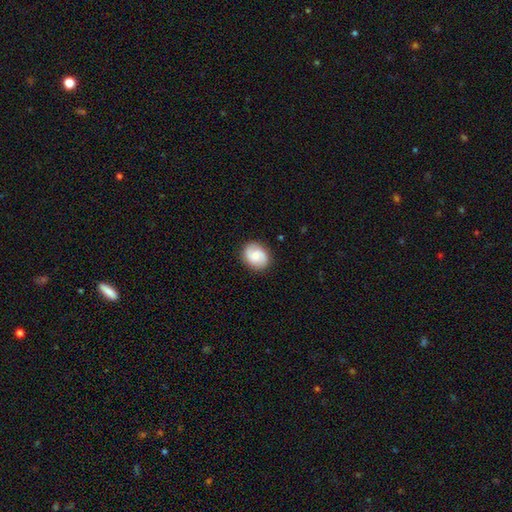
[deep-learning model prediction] This is possibly a featured or disk galaxy (48%). Merging: clearly none (86%).